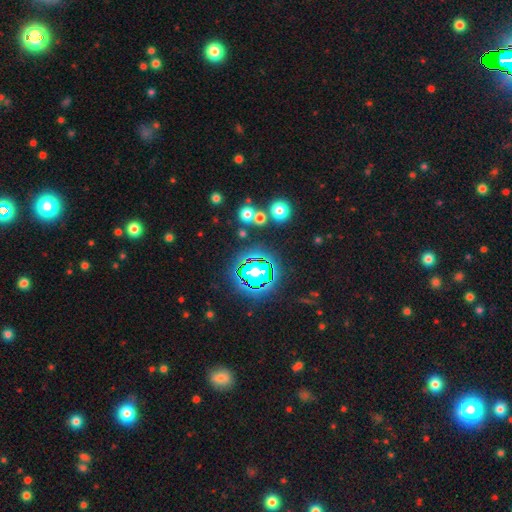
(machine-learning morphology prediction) smooth_or_featured: star or artifact (p=0.79) [alt: smooth p=0.14]